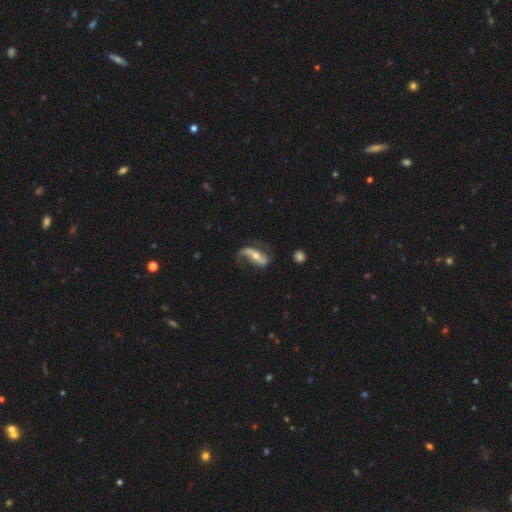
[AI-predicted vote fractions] Smooth or featured? featured or disk (82%)
Edge-on disk? no (91%)
Bar? strong (49%)
Spiral arms? yes (92%)
Spiral winding? loose (63%)
Spiral arm count? 2 (77%)
Bulge size? moderate (57%)
Merging? none (54%)